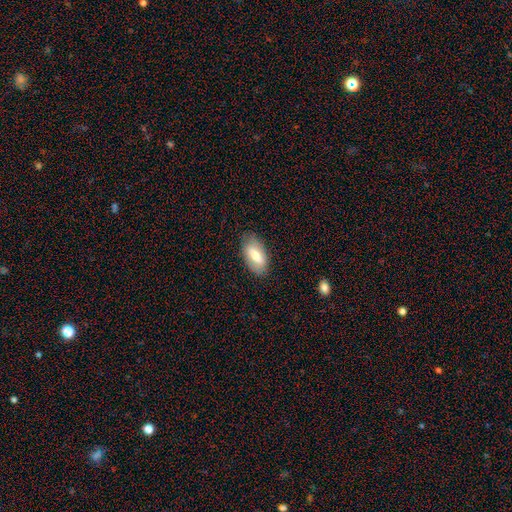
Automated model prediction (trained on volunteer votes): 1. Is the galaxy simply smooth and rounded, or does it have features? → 68% smooth, 25% featured or disk, 7% star or artifact.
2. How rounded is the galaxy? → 89% in between, 8% cigar-shaped, 3% round.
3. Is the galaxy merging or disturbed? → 80% none, 15% minor disturbance, 4% major disturbance, 1% merger.